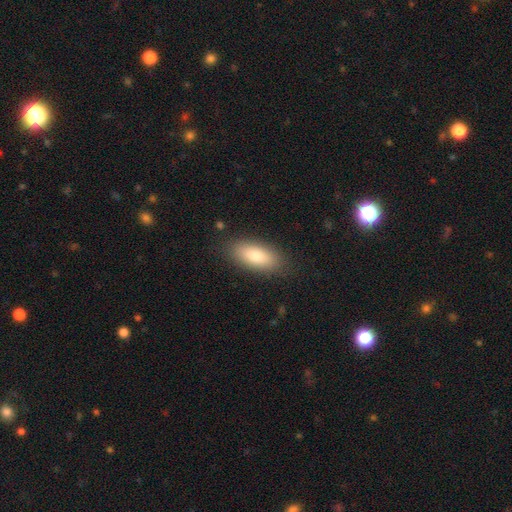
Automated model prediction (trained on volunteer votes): Smooth or featured: smooth — 81% (featured or disk — 12%)
How rounded: in between — 83% (cigar-shaped — 15%)
Merging: none — 86% (minor disturbance — 10%)